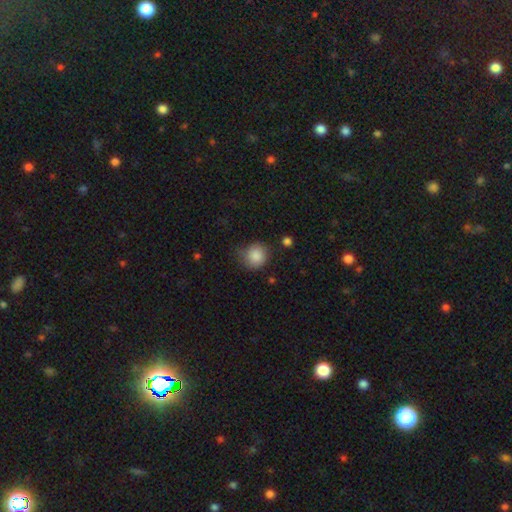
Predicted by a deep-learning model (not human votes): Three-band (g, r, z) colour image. It shows a smooth galaxy with no disk features (87%) that is round (86%). Merging: none (66%).